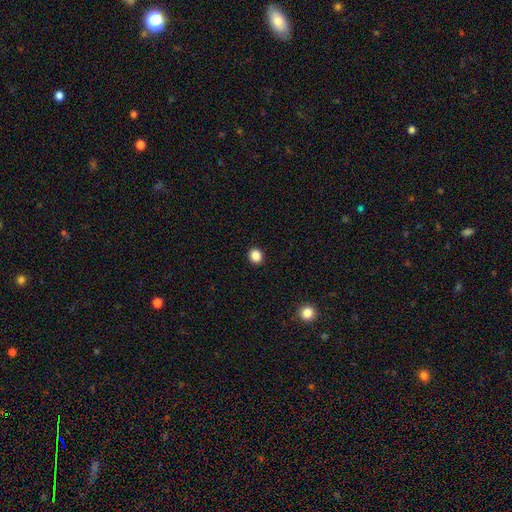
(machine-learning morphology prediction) Smooth or featured? smooth (87%)
How rounded? round (80%)
Merging? none (92%)